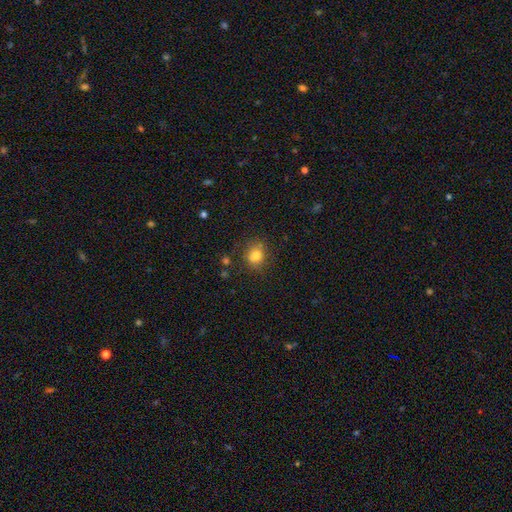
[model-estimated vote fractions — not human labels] This appears to be a smooth galaxy with no disk features (80%) that is round (71%). Merging: none (78%).